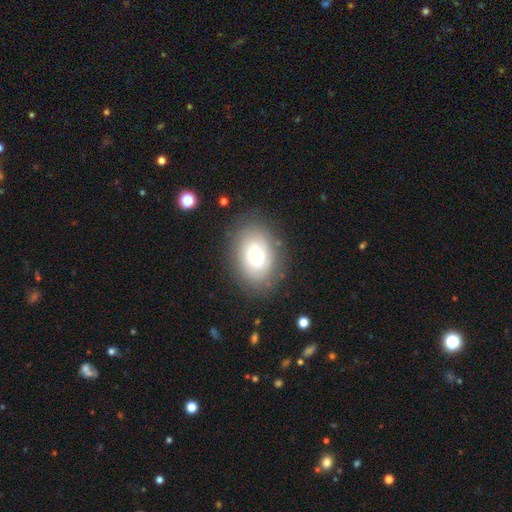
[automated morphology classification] Overall: featured or disk (50%; smooth 41%). Merging: none (80%).